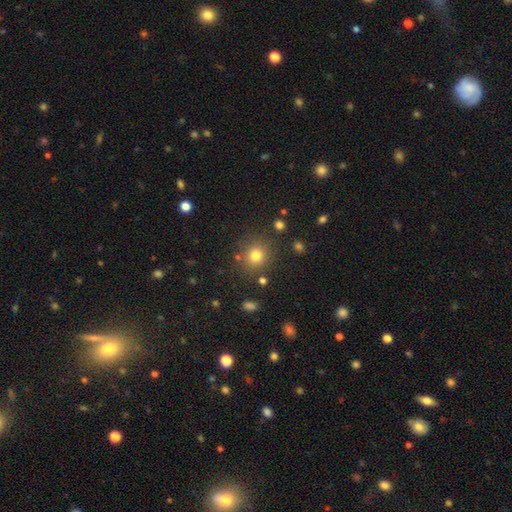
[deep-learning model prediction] smooth-or-featured: smooth: 79% | star or artifact: 14% | featured or disk: 7%
  how-rounded: round: 88% | in between: 11% | cigar-shaped: 1%
  merging: none: 83% | minor disturbance: 9% | merger: 5% | major disturbance: 4%